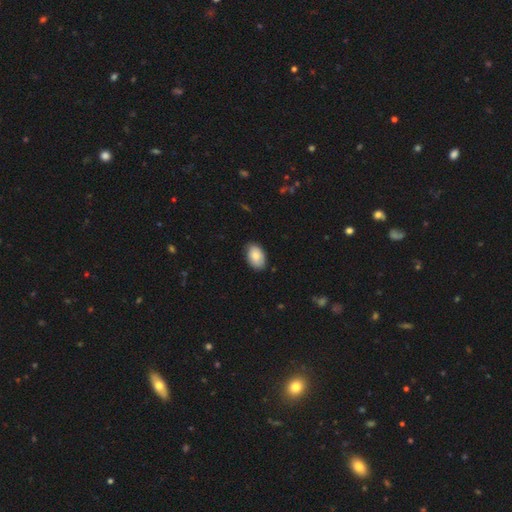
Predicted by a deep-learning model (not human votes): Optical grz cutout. It shows a smooth galaxy with no disk features (81%) that is in between round and cigar-shaped (91%). Merging: none (82%).